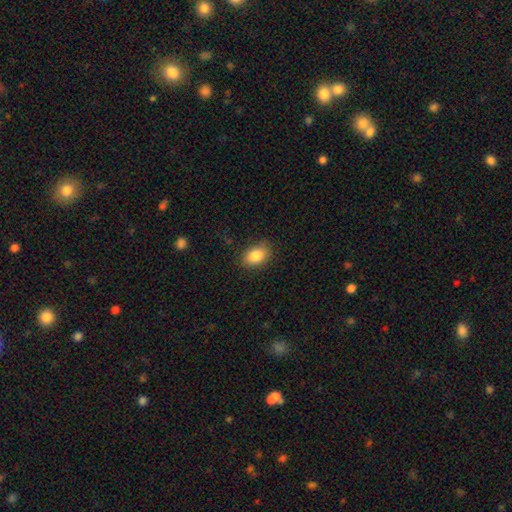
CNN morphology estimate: The model was most divided on "how rounded": in between: 80%, round: 18%, cigar-shaped: 1%. More confident: smooth or featured — smooth (86%); merging — none (83%).